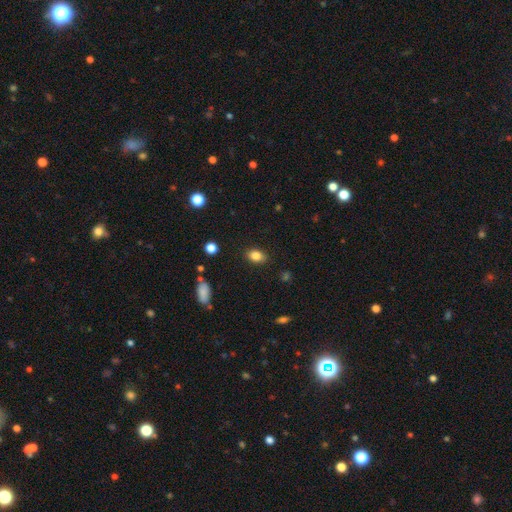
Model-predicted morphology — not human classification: Q: Smooth or featured?
A: smooth (84%); runner-up: star or artifact (10%)
Q: How rounded?
A: in between (81%); runner-up: round (18%)
Q: Merging?
A: none (86%); runner-up: minor disturbance (10%)